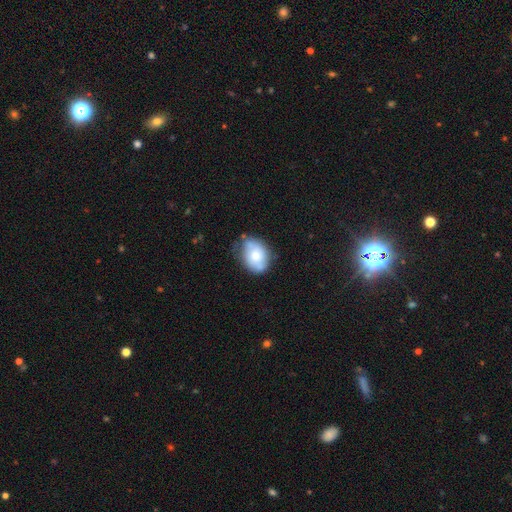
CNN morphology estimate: smooth_or_featured: smooth (p=0.62) [alt: featured or disk p=0.31]
how_rounded: in between (p=0.72) [alt: round p=0.27]
merging: none (p=0.60) [alt: minor disturbance p=0.29]